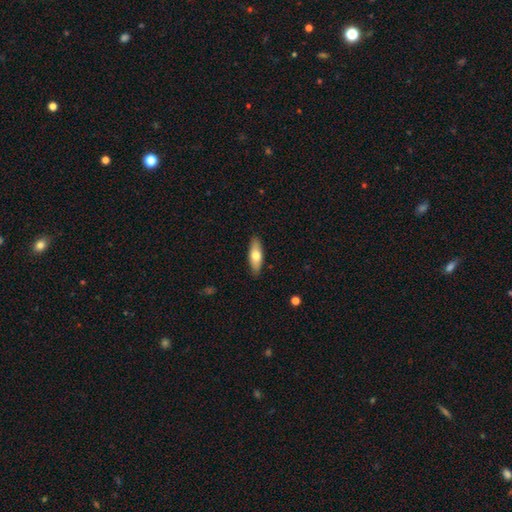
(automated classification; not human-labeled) The model was most divided on "how rounded": in between: 64%, cigar-shaped: 34%, round: 2%. More confident: merging — none (88%); smooth or featured — smooth (69%).